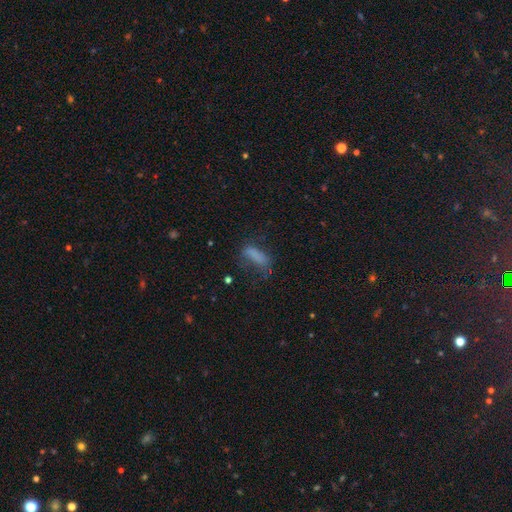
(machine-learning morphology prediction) Smooth or featured?
  - smooth: 70% *
  - featured or disk: 17%
  - star or artifact: 14%
How rounded?
  - in between: 59% *
  - cigar-shaped: 37%
  - round: 4%
Merging?
  - none: 41% *
  - major disturbance: 29%
  - minor disturbance: 27%
  - merger: 4%